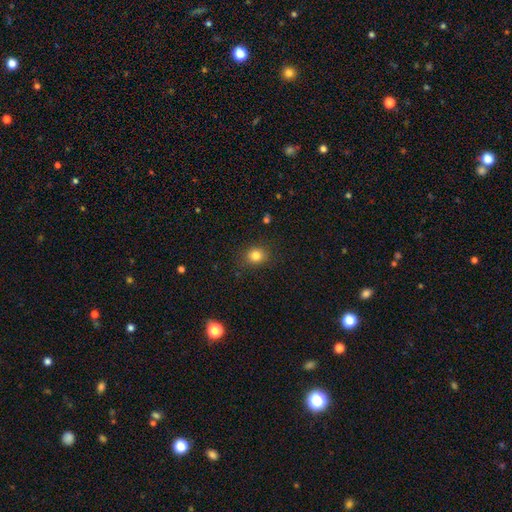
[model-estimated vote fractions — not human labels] This appears to be a smooth galaxy with no disk features (82%) that is round (76%). Merging: none (87%).